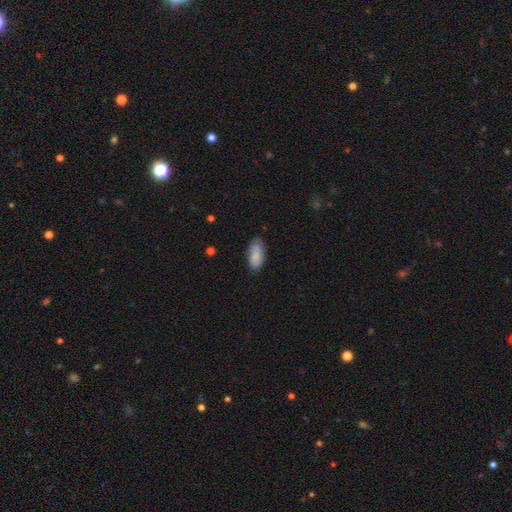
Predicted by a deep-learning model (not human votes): smooth-or-featured: smooth: 80% | featured or disk: 14% | star or artifact: 6%
  how-rounded: in between: 91% | cigar-shaped: 6% | round: 2%
  merging: none: 74% | minor disturbance: 21% | major disturbance: 4% | merger: 2%